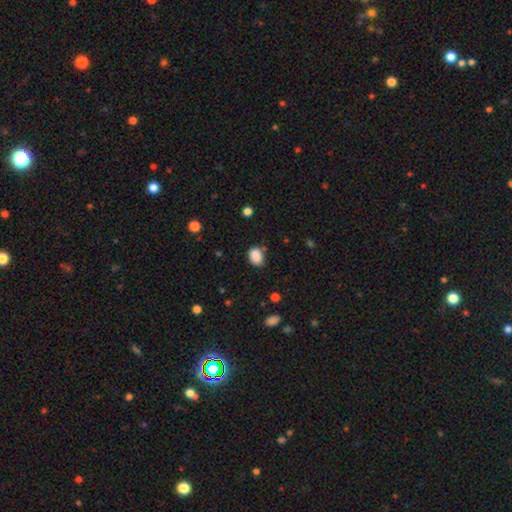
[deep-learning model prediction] smooth-or-featured: smooth: 87% | star or artifact: 9% | featured or disk: 4%
  how-rounded: in between: 73% | round: 26% | cigar-shaped: 1%
  merging: none: 71% | minor disturbance: 20% | major disturbance: 5% | merger: 4%